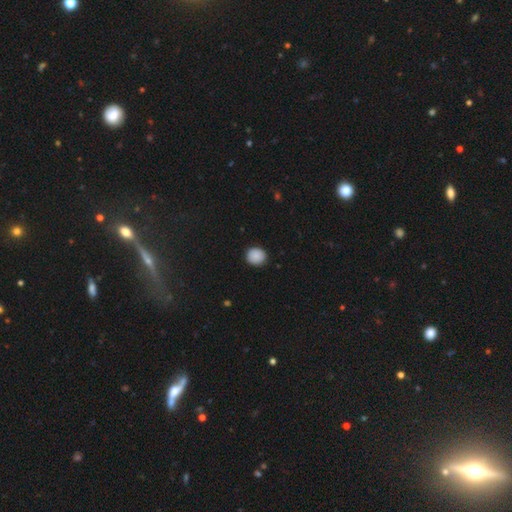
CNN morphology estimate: Q: Smooth or featured?
A: smooth (89%); runner-up: star or artifact (8%)
Q: How rounded?
A: round (87%); runner-up: in between (12%)
Q: Merging?
A: none (90%); runner-up: minor disturbance (7%)